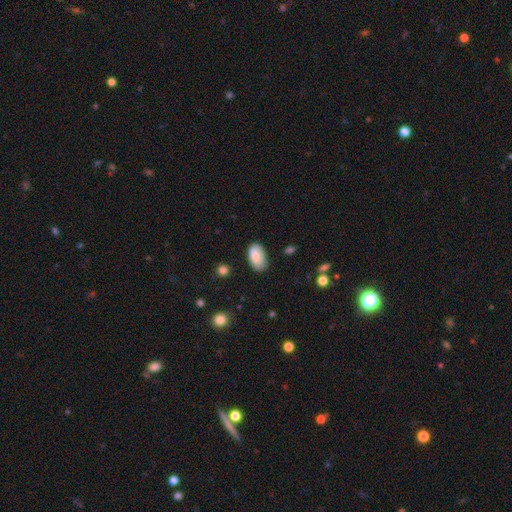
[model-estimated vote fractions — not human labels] A smooth galaxy with no disk features (83%) that is in between round and cigar-shaped (95%).

Vote fractions:
- Smooth or featured? smooth: 83% / featured or disk: 10% / star or artifact: 7%
- How rounded? in between: 95% / round: 4% / cigar-shaped: 1%
- Merging? none: 78% / minor disturbance: 18% / major disturbance: 3% / merger: 1%